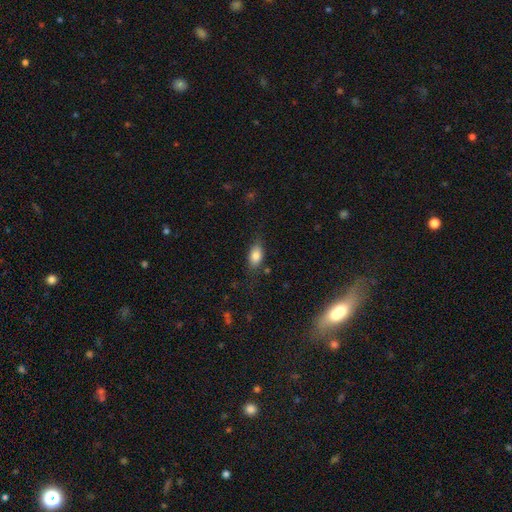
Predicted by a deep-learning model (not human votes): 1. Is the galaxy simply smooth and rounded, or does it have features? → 81% smooth, 11% featured or disk, 8% star or artifact.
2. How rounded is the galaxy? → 86% in between, 7% cigar-shaped, 7% round.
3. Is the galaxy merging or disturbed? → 74% none, 18% minor disturbance, 6% major disturbance, 2% merger.